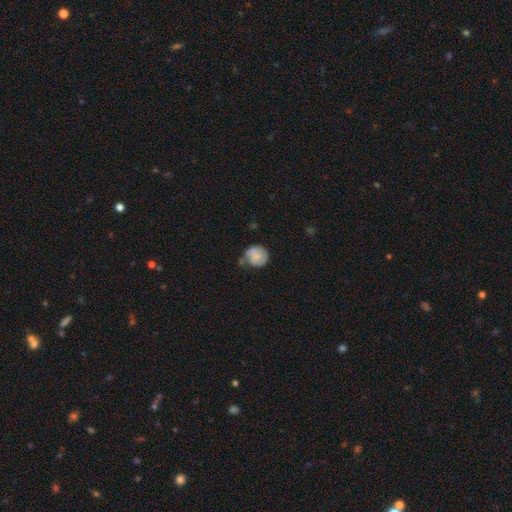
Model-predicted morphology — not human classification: smooth_or_featured: smooth (p=0.62) [alt: featured or disk p=0.30]
how_rounded: round (p=0.81) [alt: in between p=0.18]
merging: none (p=0.48) [alt: minor disturbance p=0.33]